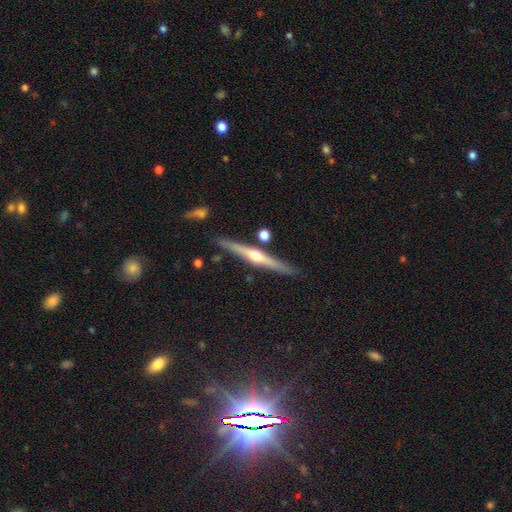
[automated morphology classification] A featured or disk galaxy (73%) viewed edge-on (98%) with a rounded central bulge (90%).

Vote fractions:
- Smooth or featured? featured or disk: 73% / smooth: 21% / star or artifact: 6%
- Edge-on disk? yes: 98% / no: 2%
- Edge-on bulge? rounded: 90% / none: 6% / boxy: 3%
- Merging? none: 86% / minor disturbance: 9% / merger: 4% / major disturbance: 2%